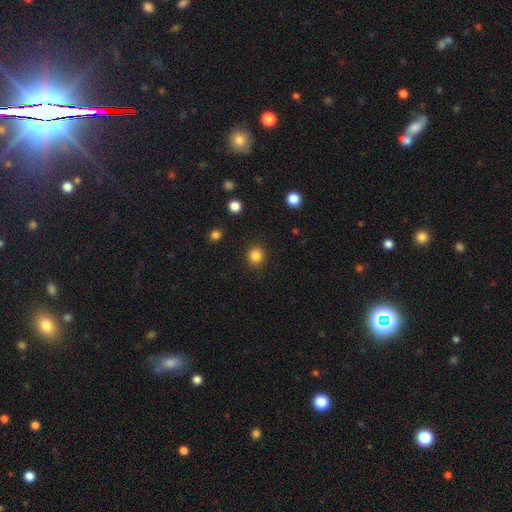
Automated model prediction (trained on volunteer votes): Smooth or featured? smooth (85%)
How rounded? round (89%)
Merging? none (90%)